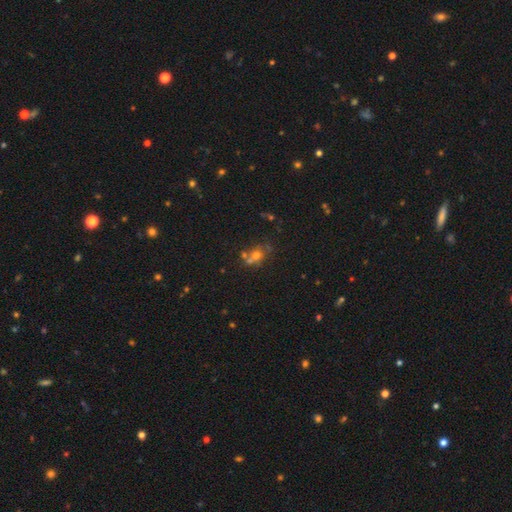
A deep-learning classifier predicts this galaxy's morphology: A smooth galaxy with no disk features (54%) that is round (66%).

Vote fractions:
- Smooth or featured? smooth: 54% / star or artifact: 23% / featured or disk: 23%
- How rounded? round: 66% / in between: 32% / cigar-shaped: 2%
- Merging? none: 46% / merger: 34% / minor disturbance: 13% / major disturbance: 7%